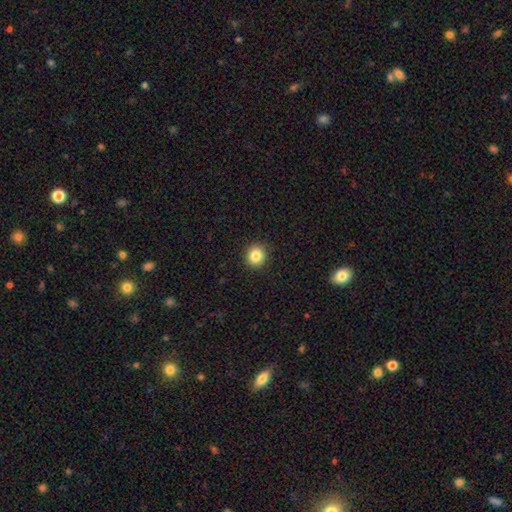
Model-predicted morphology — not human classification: type=smooth (85%); roundness=round (90%); merging=none (92%).